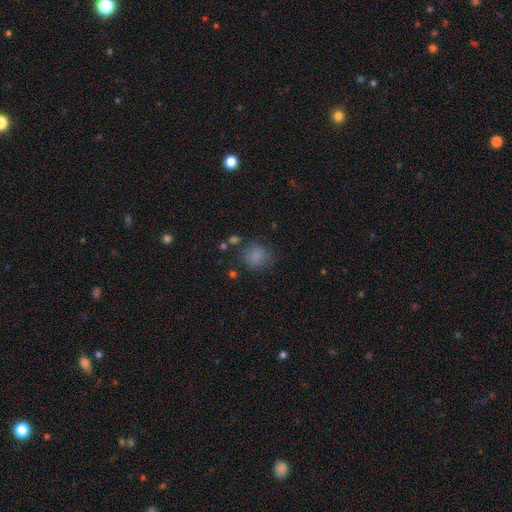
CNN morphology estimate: A smooth galaxy with no disk features (82%) that is round (79%).

Vote fractions:
- Smooth or featured? smooth: 82% / star or artifact: 12% / featured or disk: 6%
- How rounded? round: 79% / in between: 20% / cigar-shaped: 1%
- Merging? none: 73% / minor disturbance: 17% / major disturbance: 7% / merger: 4%